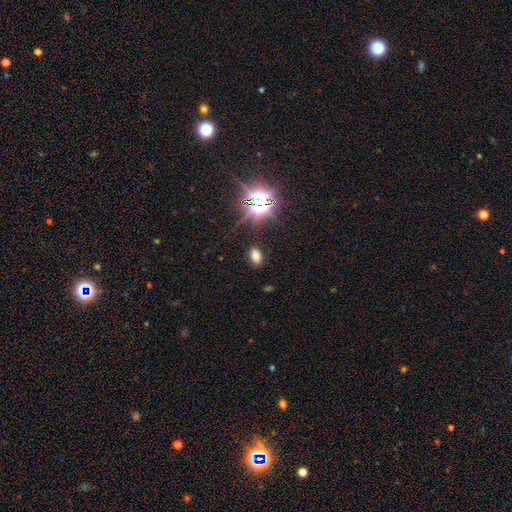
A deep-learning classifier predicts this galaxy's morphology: Smooth or featured: smooth — 67% (star or artifact — 26%)
How rounded: in between — 90% (round — 7%)
Merging: none — 87% (minor disturbance — 8%)